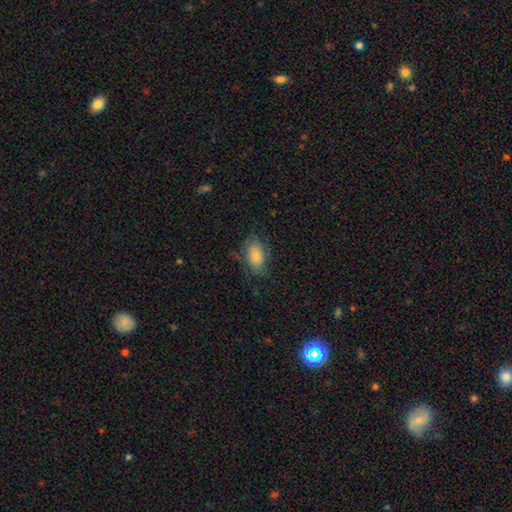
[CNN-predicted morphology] Smooth or featured: smooth — 73% (featured or disk — 17%)
How rounded: in between — 87% (round — 11%)
Merging: none — 68% (minor disturbance — 22%)